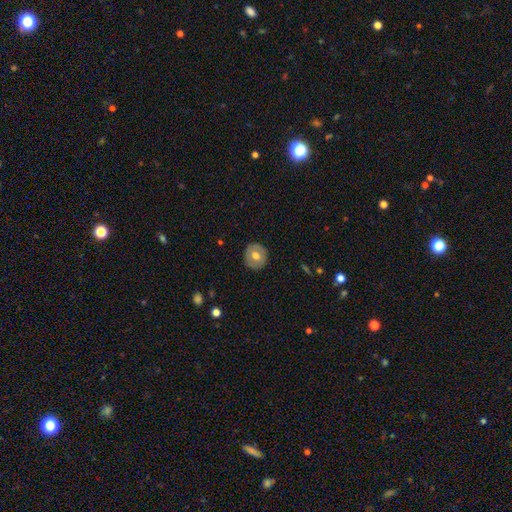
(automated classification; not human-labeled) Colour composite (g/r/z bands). It shows a smooth galaxy with no disk features (60%) that is round (86%). Merging: none (87%).